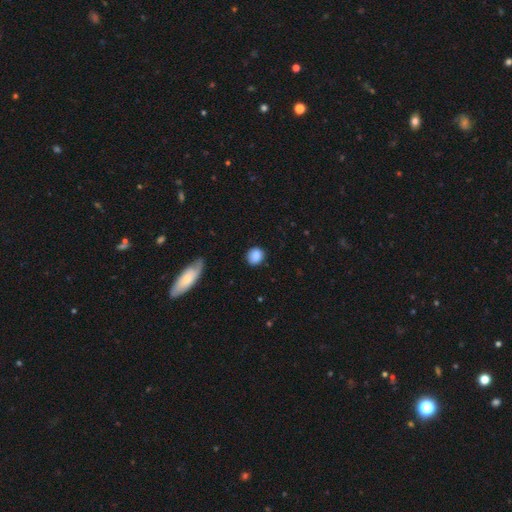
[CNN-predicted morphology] Smooth or featured? Predicted: smooth (p=0.85). How rounded? Predicted: round (p=0.76). Merging? Predicted: none (p=0.79).